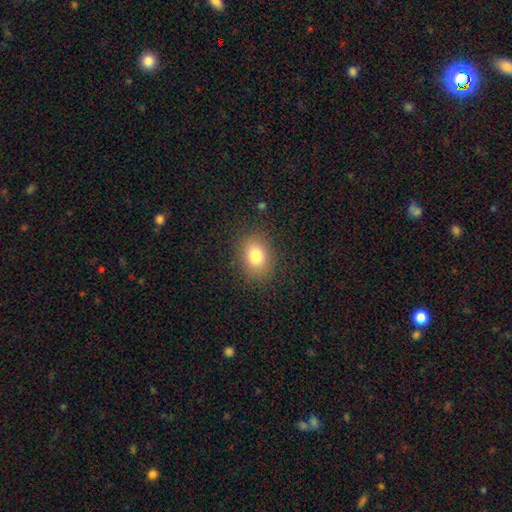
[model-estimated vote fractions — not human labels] A smooth galaxy with no disk features (80%) that is in between round and cigar-shaped (64%). Merging: none (86%).